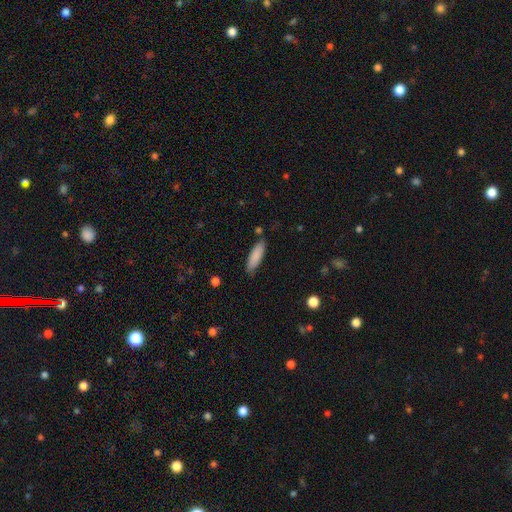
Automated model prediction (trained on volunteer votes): Smooth or featured? smooth (87%)
How rounded? cigar-shaped (54%)
Merging? none (82%)